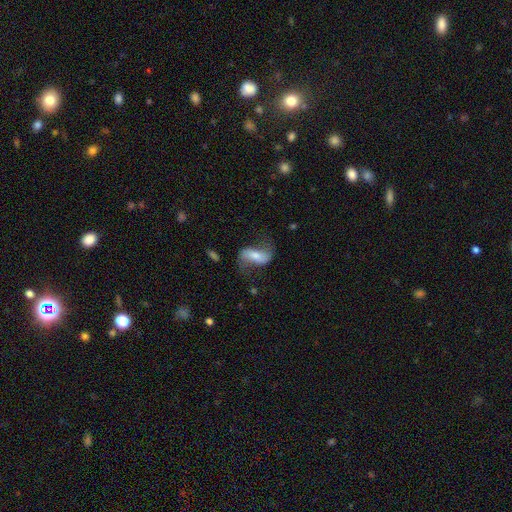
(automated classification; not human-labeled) featured or disk 64%, smooth 29%, star or artifact 8%. Down the decision tree: edge-on disk — no (93%); bar — strong (38%); spiral arms — yes (86%); spiral arm count — 2 (90%); spiral winding — loose (78%); bulge size — moderate (45%); merging — none (63%).